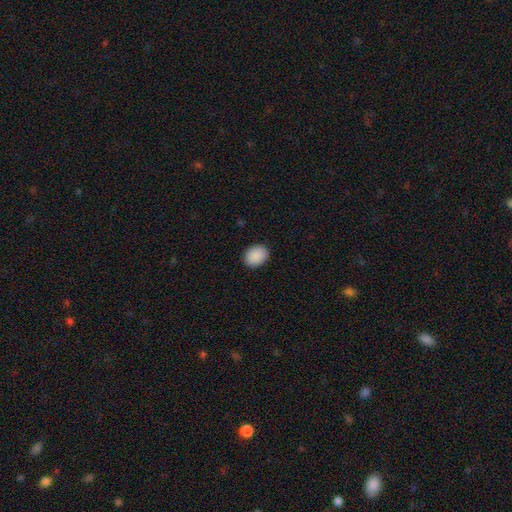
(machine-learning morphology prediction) Smooth or featured: smooth — 90% (star or artifact — 7%)
How rounded: in between — 57% (round — 42%)
Merging: none — 90% (minor disturbance — 7%)